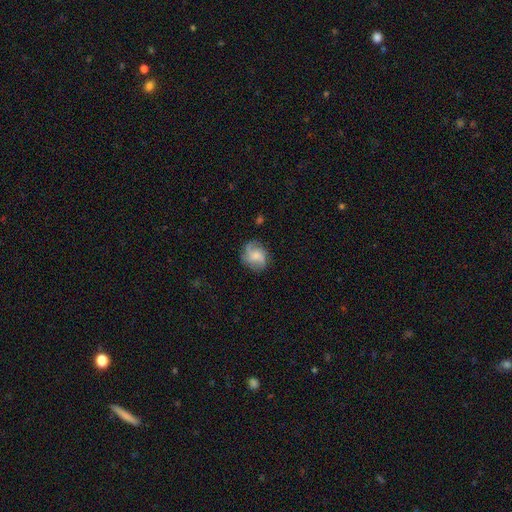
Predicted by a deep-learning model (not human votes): Smooth or featured? featured or disk (62%)
Edge-on disk? no (98%)
Bar? no (68%)
Spiral arms? yes (93%)
Spiral winding? medium (44%)
Spiral arm count? 3 (41%)
Bulge size? small (51%)
Merging? none (73%)